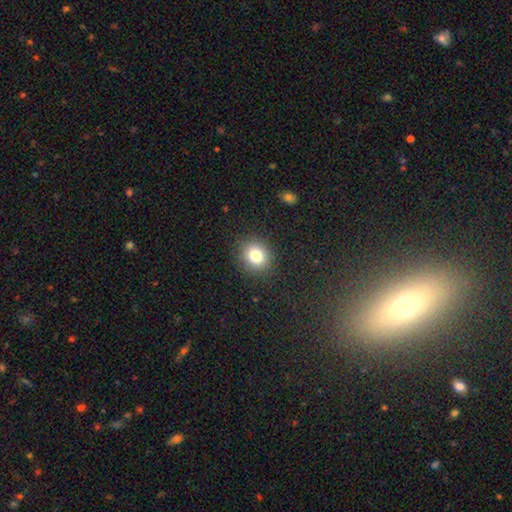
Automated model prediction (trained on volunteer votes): The model was most divided on "how rounded": round: 76%, in between: 23%, cigar-shaped: 1%. More confident: merging — none (88%); smooth or featured — smooth (82%).